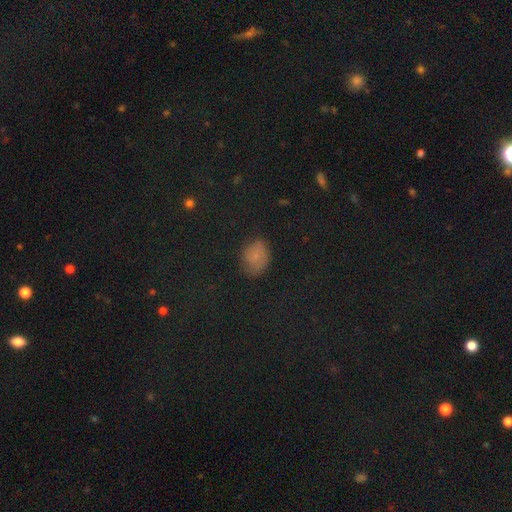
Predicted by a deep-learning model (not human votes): smooth 63%, star or artifact 25%, featured or disk 12%. Down the decision tree: how rounded — in between (61%); merging — none (68%).